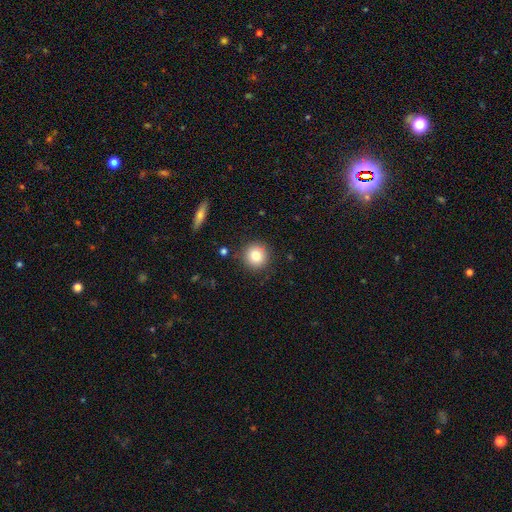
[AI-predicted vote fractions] Q: Smooth or featured?
A: smooth (81%); runner-up: star or artifact (10%)
Q: How rounded?
A: round (94%); runner-up: in between (5%)
Q: Merging?
A: none (88%); runner-up: minor disturbance (8%)